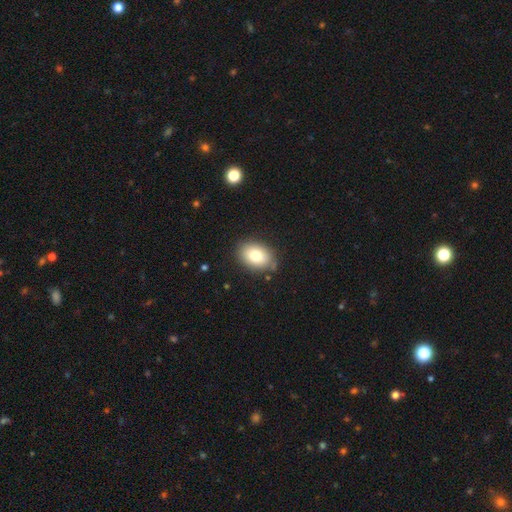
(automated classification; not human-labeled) The model was most divided on "how rounded": in between: 77%, round: 22%, cigar-shaped: 1%. More confident: merging — none (82%); smooth or featured — smooth (80%).